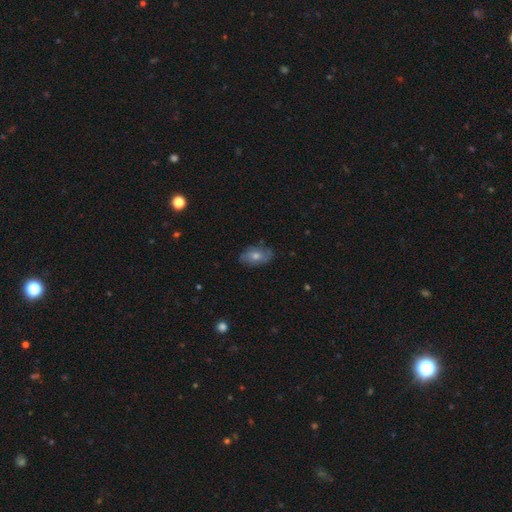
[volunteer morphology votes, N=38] A featured or disk galaxy (58%) with no bar (75%), medium (46%) spiral arms (65%) and a moderate central bulge (55%).

Vote fractions:
- Smooth or featured? featured or disk: 58% / smooth: 34% / star or artifact: 8%
- Edge-on disk? no: 91% / yes: 9%
- Bar? no: 75% / weak: 25% / strong: 0%
- Spiral arms? yes: 65% / no: 35%
- Spiral winding? medium: 46% / tight: 38% / loose: 15%
- Spiral arm count? can't tell: 62% / 2: 31% / more than 4: 8% / 1: 0% / 3: 0% / 4: 0%
- Bulge size? moderate: 55% / small: 35% / large: 5% / none: 5% / dominant: 0%
- Merging? none: 77% / minor disturbance: 23% / major disturbance: 0% / merger: 0%